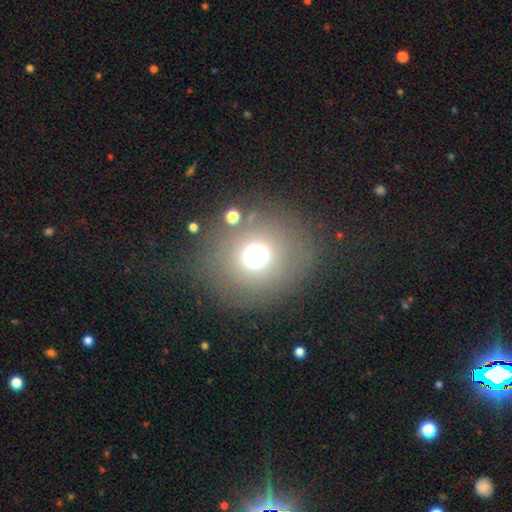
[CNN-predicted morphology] A smooth galaxy with no disk features (68%) that is round (84%). Merging: none (81%).